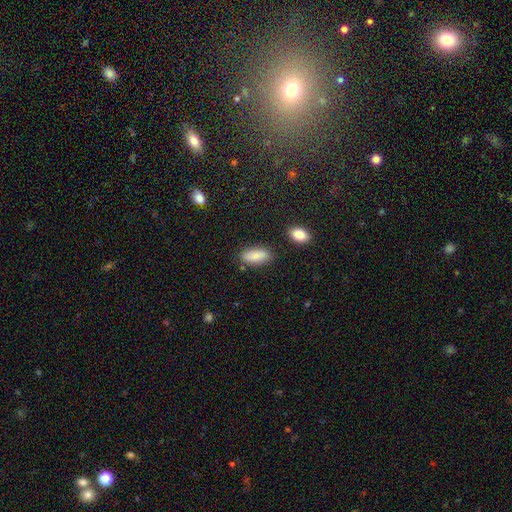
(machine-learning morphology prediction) Smooth or featured? smooth (84%)
How rounded? in between (84%)
Merging? none (80%)